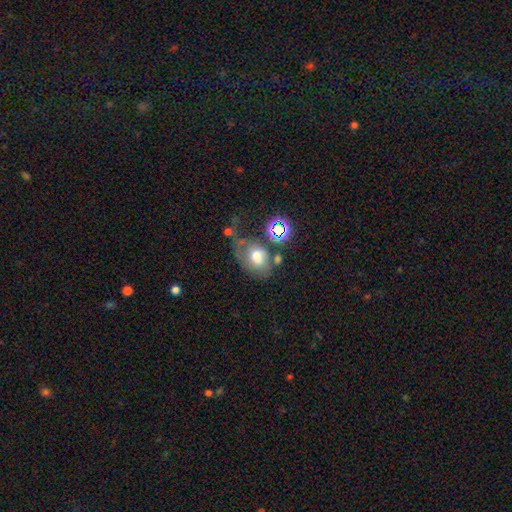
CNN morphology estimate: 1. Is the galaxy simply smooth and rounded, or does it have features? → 58% smooth, 27% featured or disk, 15% star or artifact.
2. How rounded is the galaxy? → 72% in between, 26% round, 1% cigar-shaped.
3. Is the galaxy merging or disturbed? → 33% none, 26% major disturbance, 25% minor disturbance, 16% merger.